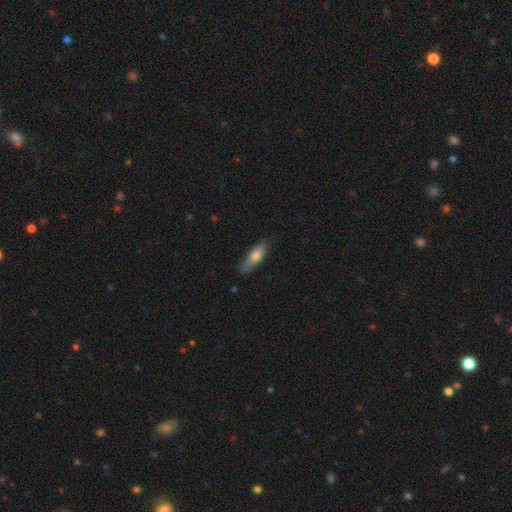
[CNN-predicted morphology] This is likely a smooth galaxy (69%). How rounded: possibly cigar-shaped (50%). Merging: likely none (75%).